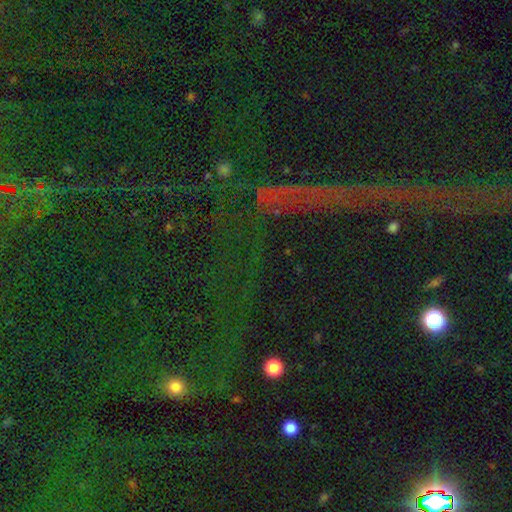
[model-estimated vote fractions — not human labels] Morphology: type=star or artifact (81%).